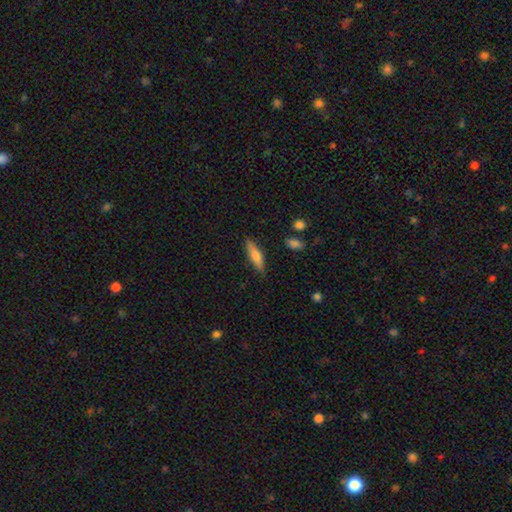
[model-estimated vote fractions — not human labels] A smooth galaxy with no disk features (67%) that is cigar-shaped (67%).

Vote fractions:
- Smooth or featured? smooth: 67% / featured or disk: 27% / star or artifact: 6%
- How rounded? cigar-shaped: 67% / in between: 31% / round: 2%
- Merging? none: 84% / minor disturbance: 12% / major disturbance: 3% / merger: 2%